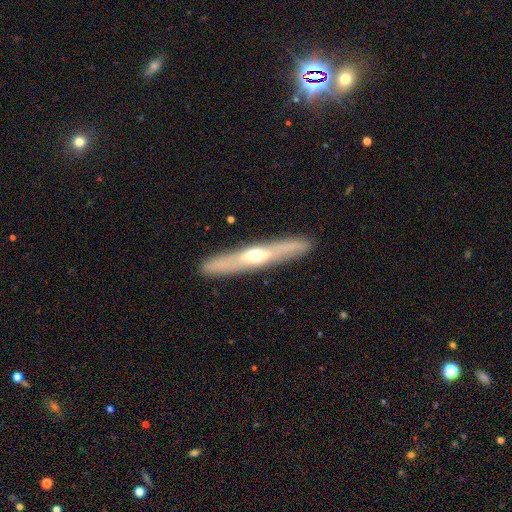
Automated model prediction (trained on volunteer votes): Smooth or featured?
  - featured or disk: 63% *
  - smooth: 32%
  - star or artifact: 5%
Edge-on disk?
  - yes: 85% *
  - no: 15%
Edge-on bulge?
  - rounded: 84% *
  - none: 12%
  - boxy: 3%
Merging?
  - none: 89% *
  - minor disturbance: 8%
  - major disturbance: 2%
  - merger: 1%